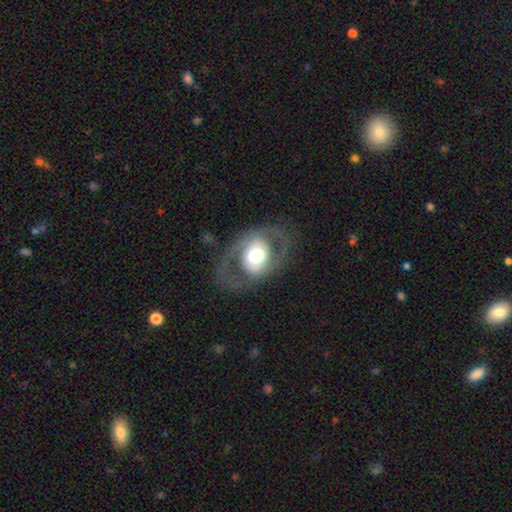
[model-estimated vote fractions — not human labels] Smooth or featured: featured or disk — 71% (smooth — 23%)
Edge-on disk: no — 95% (yes — 5%)
Bar: no — 66% (weak — 22%)
Spiral arms: yes — 60% (no — 40%)
Bulge size: large — 45% (moderate — 39%)
Merging: none — 71% (minor disturbance — 14%)